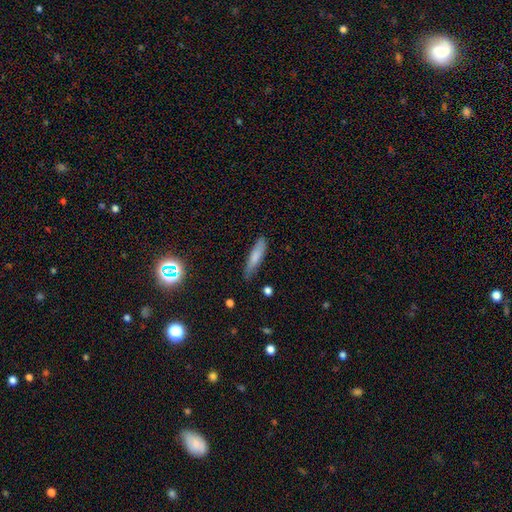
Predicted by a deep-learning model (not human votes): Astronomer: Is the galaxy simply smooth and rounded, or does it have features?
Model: smooth — 77%.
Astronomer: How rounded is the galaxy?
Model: cigar-shaped — 76%.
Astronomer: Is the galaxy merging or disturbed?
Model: none — 73%.